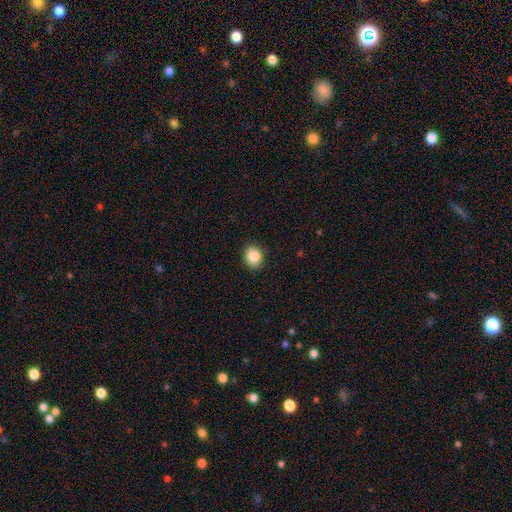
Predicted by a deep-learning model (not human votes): Smooth or featured?
  - smooth: 87% *
  - star or artifact: 9%
  - featured or disk: 4%
How rounded?
  - round: 59% *
  - in between: 41%
  - cigar-shaped: 1%
Merging?
  - none: 89% *
  - minor disturbance: 8%
  - major disturbance: 2%
  - merger: 1%